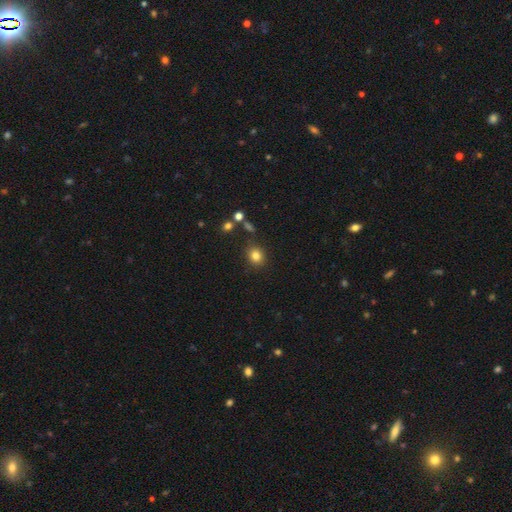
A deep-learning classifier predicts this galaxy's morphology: A smooth galaxy with no disk features (82%) that is round (74%). Merging: none (84%).